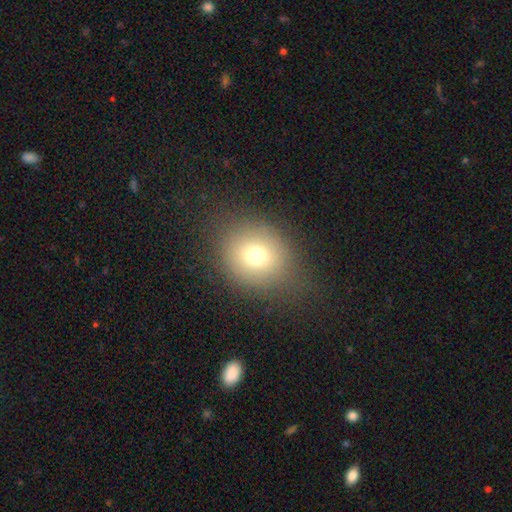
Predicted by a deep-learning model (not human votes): smooth 71%, star or artifact 15%, featured or disk 14%. Down the decision tree: how rounded — round (74%); merging — none (76%).